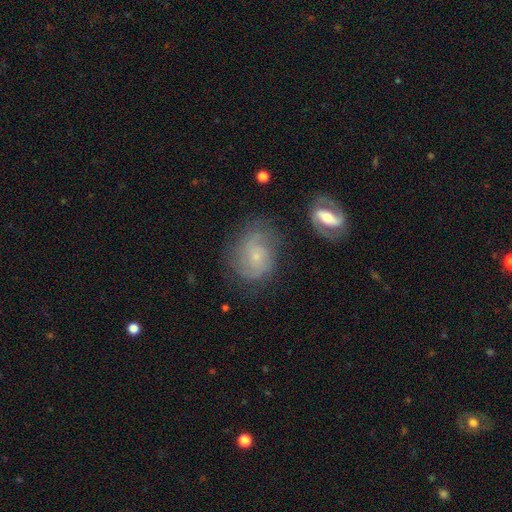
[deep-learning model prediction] This appears to be a featured or disk galaxy (67%) with no bar (65%), 2 (52%) medium (42%) spiral arms (89%) and a small central bulge (77%). Merging: none (60%).